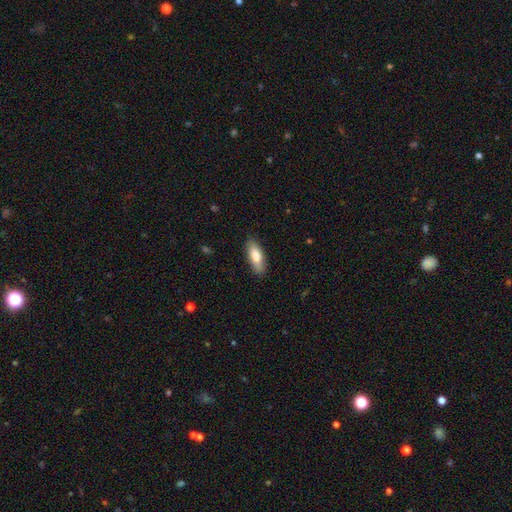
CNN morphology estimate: Smooth or featured? smooth (79%)
How rounded? in between (71%)
Merging? none (85%)